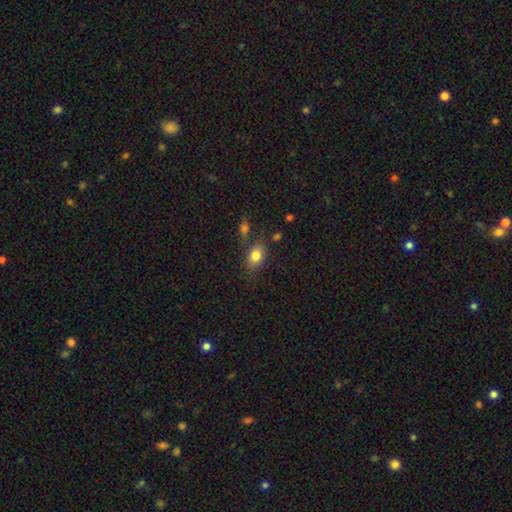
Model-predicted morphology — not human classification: This is clearly a smooth galaxy (82%). How rounded: likely in between (79%). Merging: likely none (71%).